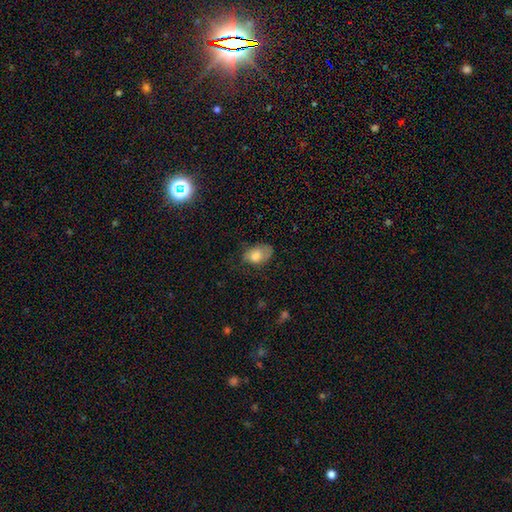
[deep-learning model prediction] A smooth galaxy with no disk features (72%) that is in between round and cigar-shaped (84%). Merging: none (47%).